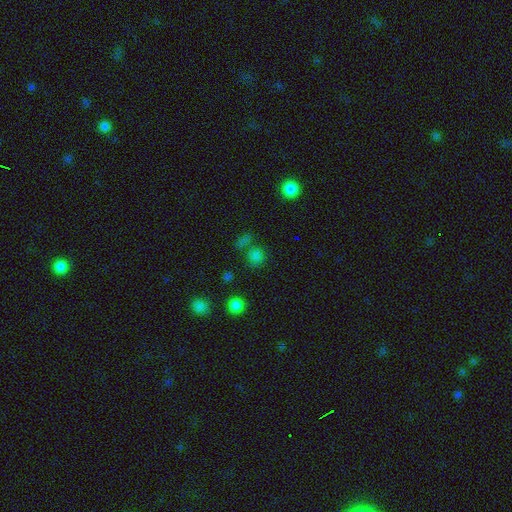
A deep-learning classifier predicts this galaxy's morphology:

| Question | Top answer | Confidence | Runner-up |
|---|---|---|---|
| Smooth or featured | smooth | 70% | star or artifact (24%) |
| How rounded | round | 84% | in between (14%) |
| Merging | none | 65% | merger (19%) |